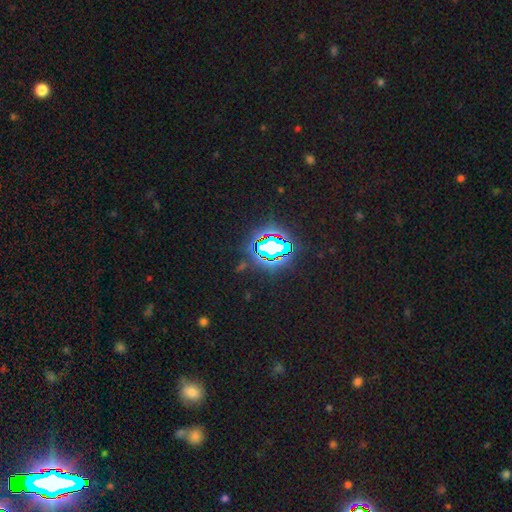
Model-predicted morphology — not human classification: type=star or artifact (82%).